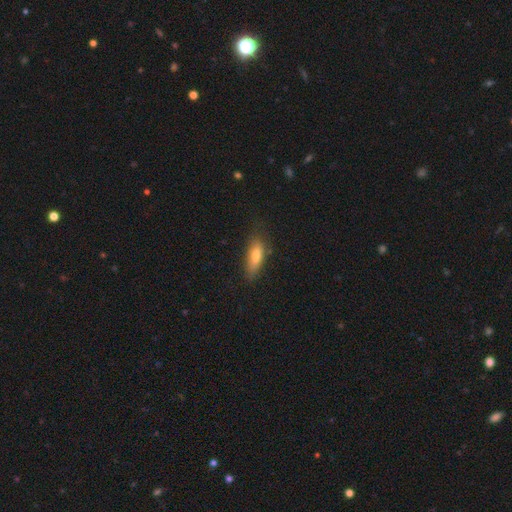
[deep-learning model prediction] smooth_or_featured: smooth (p=0.72) [alt: featured or disk p=0.21]
how_rounded: in between (p=0.58) [alt: cigar-shaped p=0.39]
merging: none (p=0.72) [alt: minor disturbance p=0.21]